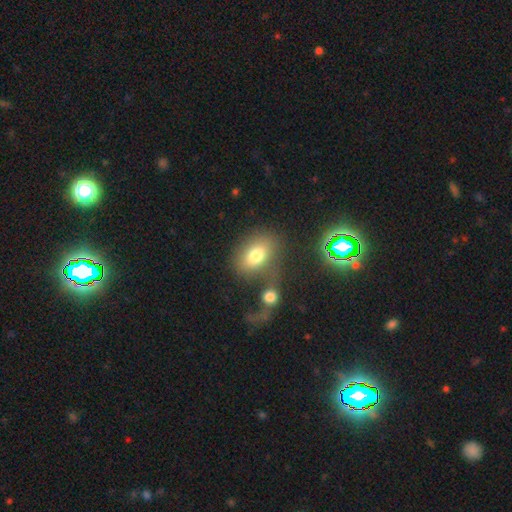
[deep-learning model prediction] Smooth or featured: smooth — 75% (featured or disk — 14%)
How rounded: in between — 75% (round — 23%)
Merging: none — 51% (merger — 23%)